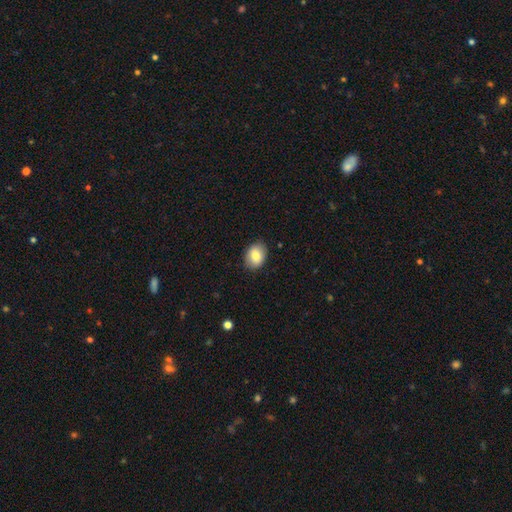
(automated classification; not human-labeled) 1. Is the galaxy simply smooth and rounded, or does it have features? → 81% smooth, 11% featured or disk, 7% star or artifact.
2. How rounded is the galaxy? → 70% in between, 29% round, 1% cigar-shaped.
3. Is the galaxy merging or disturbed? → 85% none, 12% minor disturbance, 2% major disturbance, 1% merger.